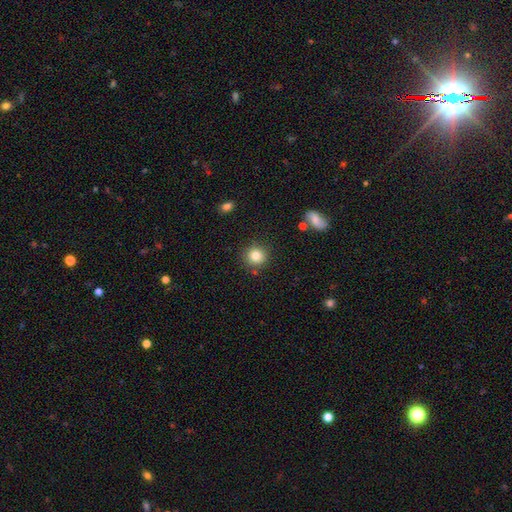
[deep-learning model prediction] The model was most divided on "smooth or featured": smooth: 83%, star or artifact: 10%, featured or disk: 7%. More confident: how rounded — round (92%); merging — none (87%).